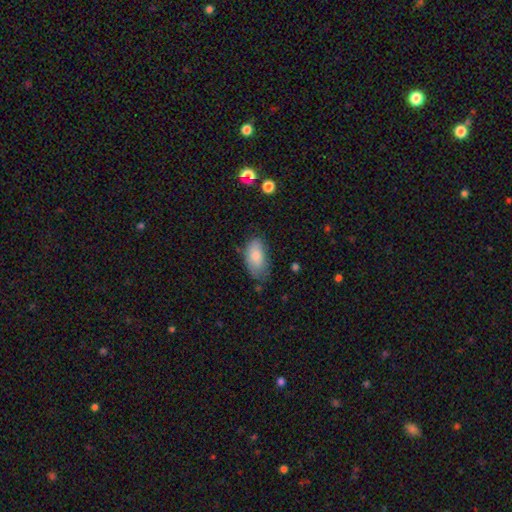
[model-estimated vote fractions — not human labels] smooth 81%, featured or disk 13%, star or artifact 7%. Down the decision tree: how rounded — in between (93%); merging — none (63%).